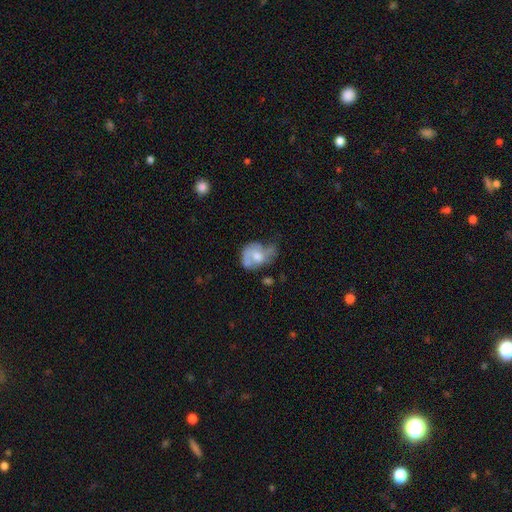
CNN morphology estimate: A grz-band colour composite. It shows a featured or disk galaxy (48%). Merging: major disturbance (34%).